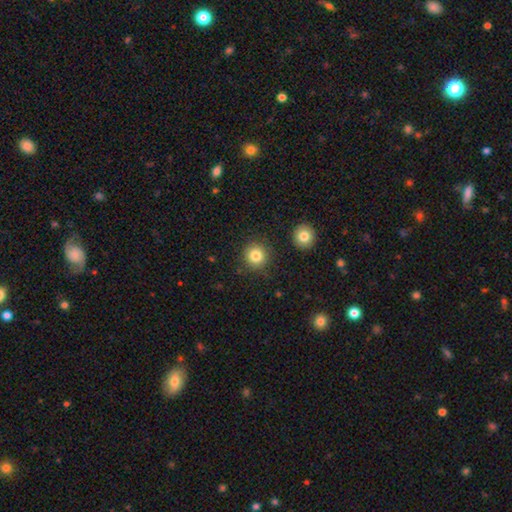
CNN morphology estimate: Smooth or featured? smooth (83%)
How rounded? round (94%)
Merging? none (88%)